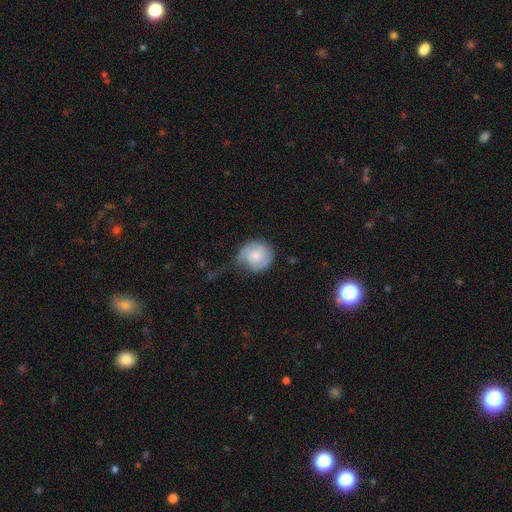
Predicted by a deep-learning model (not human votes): Q: Smooth or featured?
A: featured or disk (50%); runner-up: smooth (43%)
Q: Edge-on disk?
A: no (98%); runner-up: yes (2%)
Q: Merging?
A: none (47%); runner-up: minor disturbance (32%)